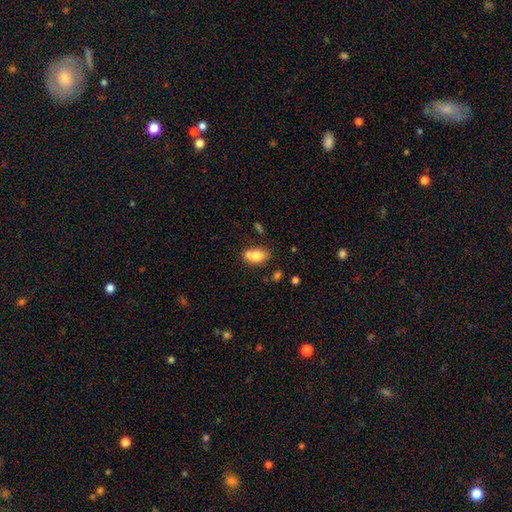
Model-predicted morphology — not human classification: smooth 77%, featured or disk 15%, star or artifact 8%. Down the decision tree: how rounded — in between (86%); merging — none (55%).